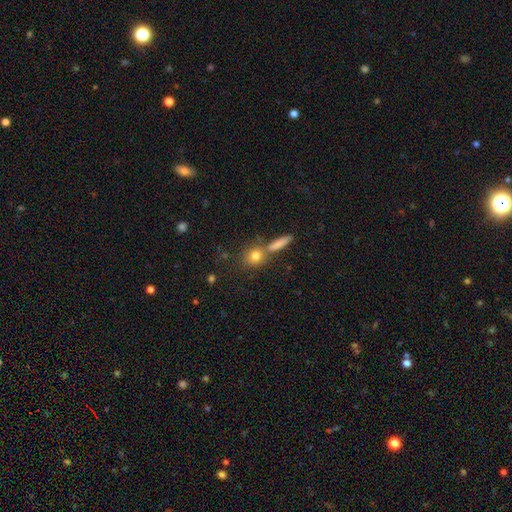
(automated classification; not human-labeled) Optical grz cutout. It shows a smooth galaxy with no disk features (77%) that is round (72%). Merging: none (63%).